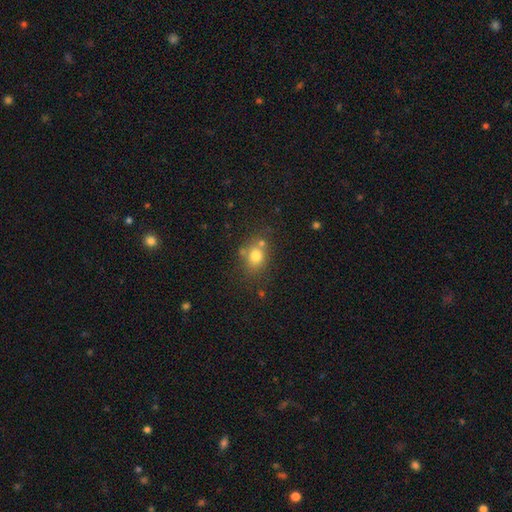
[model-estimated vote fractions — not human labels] Overall: smooth (76%). How rounded: round (58%; in between 41%). Merging: none (63%).